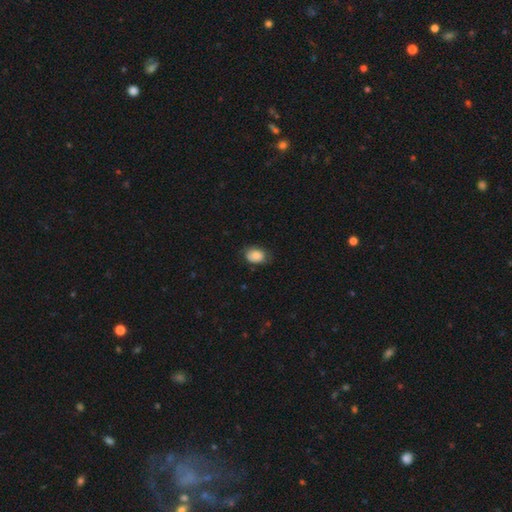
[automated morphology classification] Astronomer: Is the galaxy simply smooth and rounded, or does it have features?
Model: smooth — 85%.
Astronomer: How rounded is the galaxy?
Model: in between — 75%.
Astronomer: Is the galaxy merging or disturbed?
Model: none — 68%.